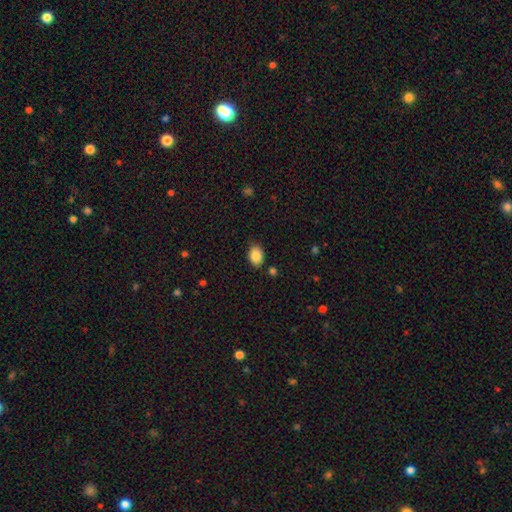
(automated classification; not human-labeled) smooth_or_featured: smooth (p=0.87) [alt: star or artifact p=0.08]
how_rounded: in between (p=0.80) [alt: round p=0.19]
merging: none (p=0.84) [alt: minor disturbance p=0.11]